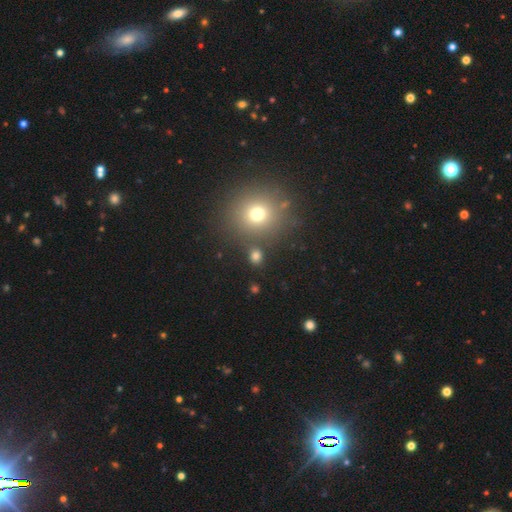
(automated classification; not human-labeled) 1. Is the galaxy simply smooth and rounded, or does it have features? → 74% smooth, 19% star or artifact, 7% featured or disk.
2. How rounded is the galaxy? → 73% round, 26% in between, 1% cigar-shaped.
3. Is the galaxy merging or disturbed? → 80% none, 9% merger, 8% minor disturbance, 4% major disturbance.